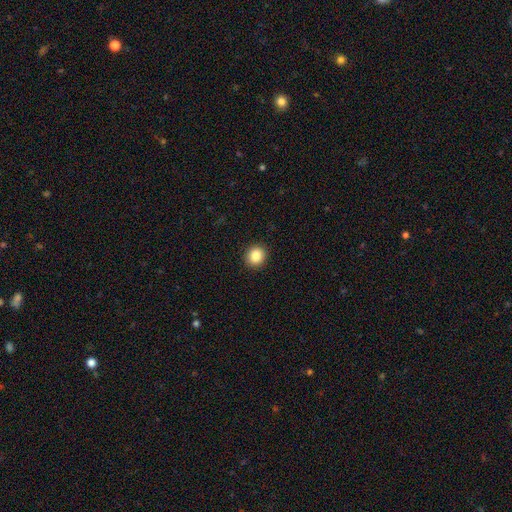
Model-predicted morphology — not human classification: This is clearly a smooth galaxy (87%). How rounded: clearly round (81%). Merging: clearly none (91%).